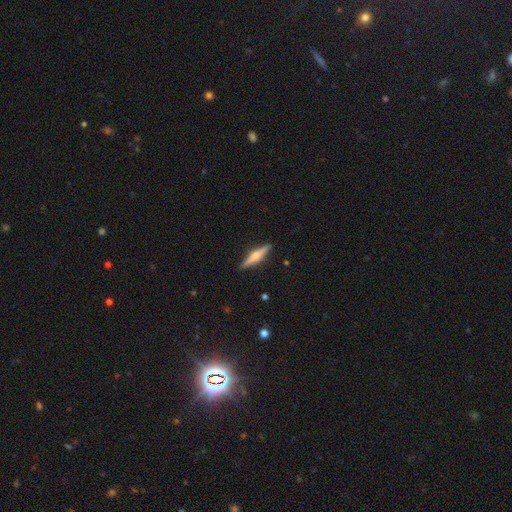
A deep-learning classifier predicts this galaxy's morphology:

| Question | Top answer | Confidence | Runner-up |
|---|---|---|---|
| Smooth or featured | featured or disk | 68% | smooth (26%) |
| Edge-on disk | yes | 97% | no (3%) |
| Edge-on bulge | rounded | 89% | boxy (6%) |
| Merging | none | 90% | minor disturbance (7%) |